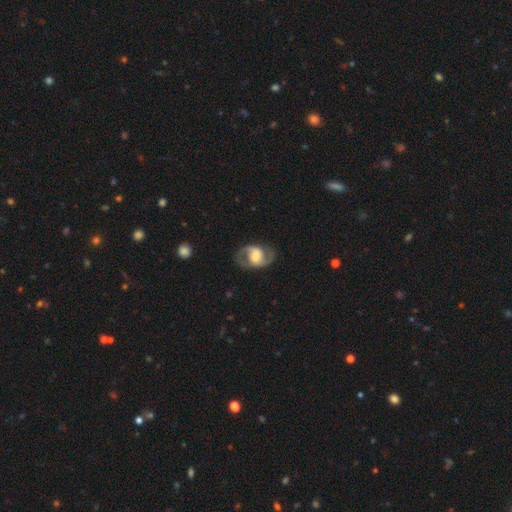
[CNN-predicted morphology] Smooth or featured? featured or disk (75%)
Edge-on disk? no (97%)
Bar? no (42%)
Spiral arms? yes (88%)
Spiral winding? medium (52%)
Spiral arm count? 2 (90%)
Bulge size? moderate (48%)
Merging? none (77%)